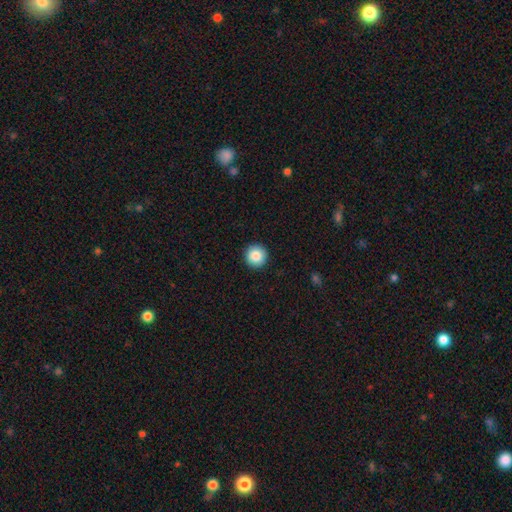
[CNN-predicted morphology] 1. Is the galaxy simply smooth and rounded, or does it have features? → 87% smooth, 8% star or artifact, 5% featured or disk.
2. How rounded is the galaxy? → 96% round, 3% in between, 1% cigar-shaped.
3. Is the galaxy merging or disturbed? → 93% none, 4% minor disturbance, 1% major disturbance, 1% merger.